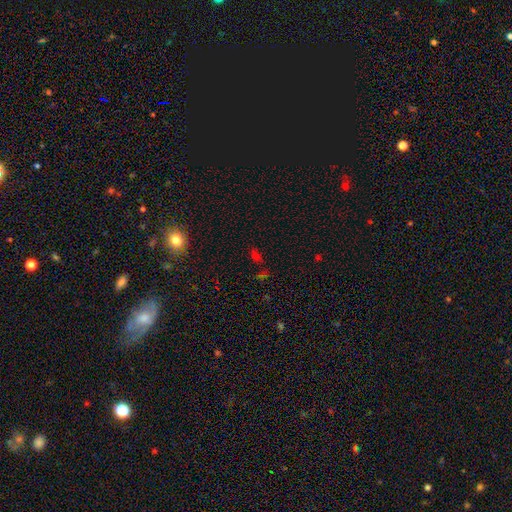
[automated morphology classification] smooth_or_featured: star or artifact (p=0.47) [alt: smooth p=0.45]